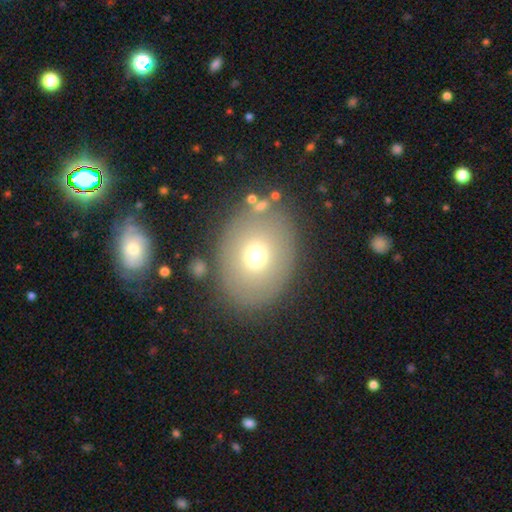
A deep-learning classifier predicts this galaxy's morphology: This appears to be a smooth galaxy with no disk features (69%) that is in between round and cigar-shaped (58%). Merging: none (80%).